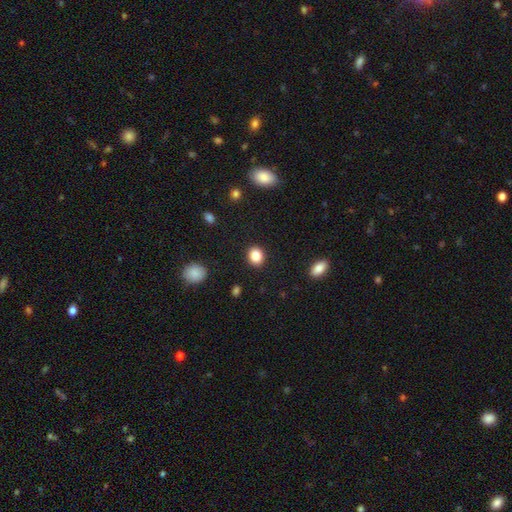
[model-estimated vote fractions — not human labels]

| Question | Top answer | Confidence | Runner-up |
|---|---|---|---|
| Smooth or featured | smooth | 86% | star or artifact (9%) |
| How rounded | round | 66% | in between (33%) |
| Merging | none | 90% | minor disturbance (6%) |